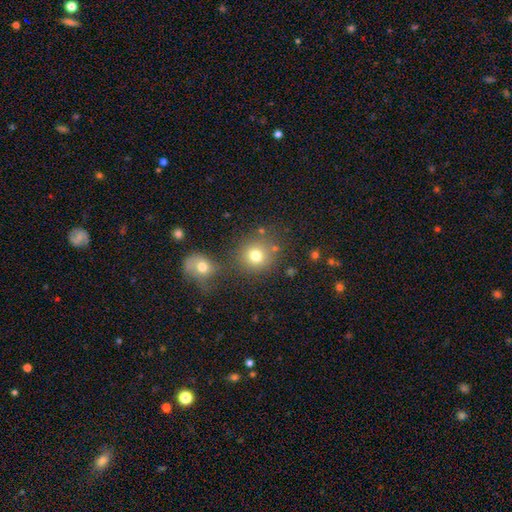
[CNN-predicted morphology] The model was most divided on "merging": none: 68%, merger: 18%, minor disturbance: 9%, major disturbance: 5%. More confident: how rounded — round (87%); smooth or featured — smooth (76%).